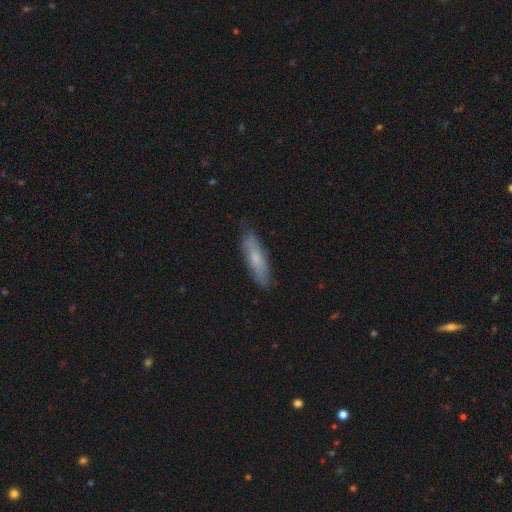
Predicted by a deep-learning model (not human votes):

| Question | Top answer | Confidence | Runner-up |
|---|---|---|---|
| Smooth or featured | smooth | 61% | featured or disk (32%) |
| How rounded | cigar-shaped | 75% | in between (24%) |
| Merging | none | 82% | minor disturbance (14%) |